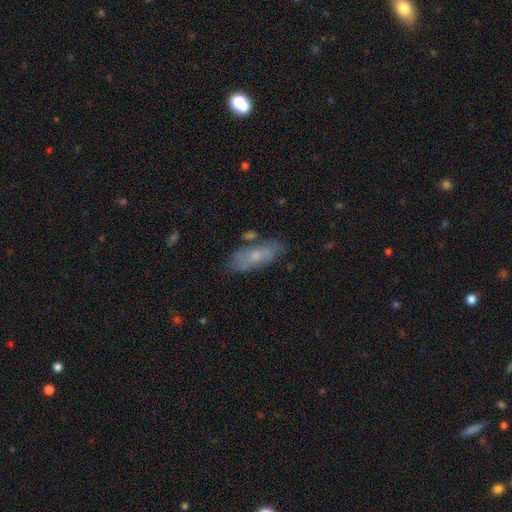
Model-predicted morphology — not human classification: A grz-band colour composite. It shows a smooth galaxy with no disk features (62%) that is in between round and cigar-shaped (72%). Merging: none (68%).